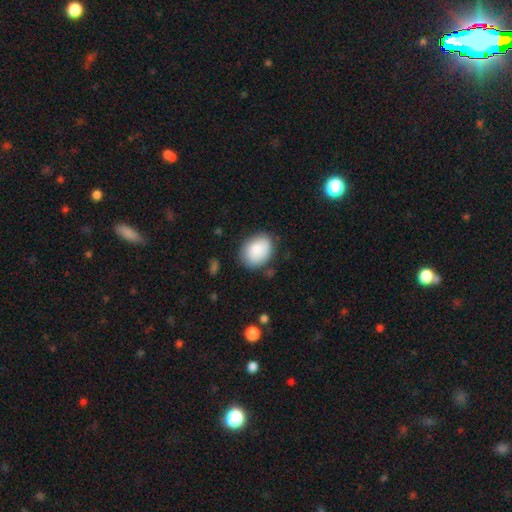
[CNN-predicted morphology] smooth 86%, featured or disk 8%, star or artifact 7%. Down the decision tree: how rounded — in between (63%); merging — none (77%).